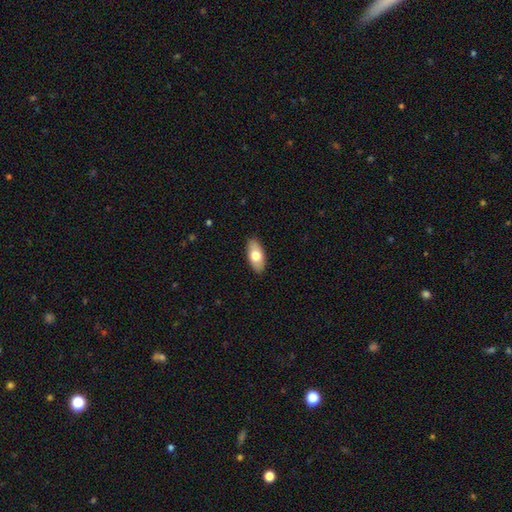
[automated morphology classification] Smooth or featured? Predicted: smooth (p=0.72). How rounded? Predicted: in between (p=0.91). Merging? Predicted: none (p=0.89).